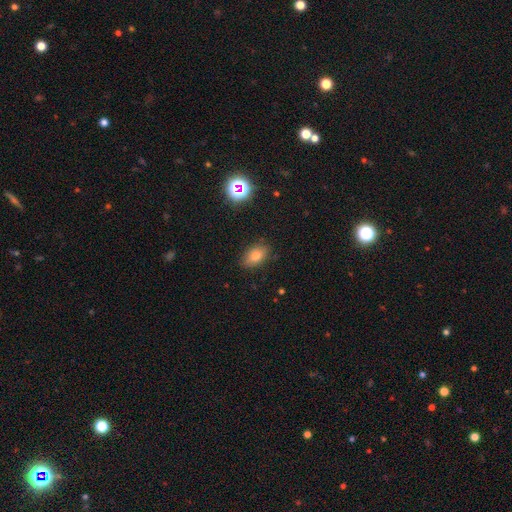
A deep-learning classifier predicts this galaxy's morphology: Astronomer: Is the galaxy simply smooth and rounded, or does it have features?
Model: smooth — 74%.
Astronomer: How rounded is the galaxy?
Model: in between — 84%.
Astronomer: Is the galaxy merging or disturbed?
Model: none — 84%.